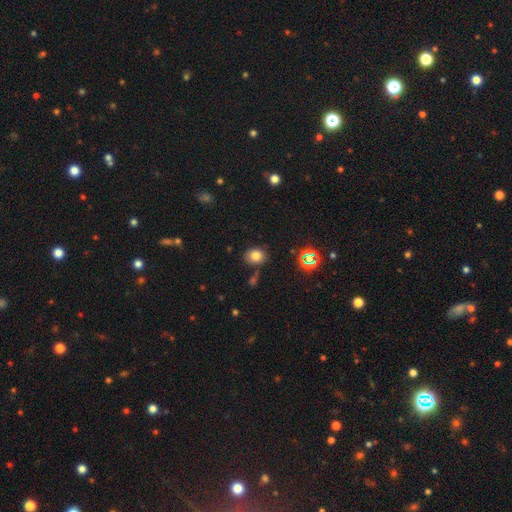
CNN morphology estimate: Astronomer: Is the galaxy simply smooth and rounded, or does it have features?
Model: smooth — 77%.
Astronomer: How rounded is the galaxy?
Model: round — 58% (runner-up: in between, 41%).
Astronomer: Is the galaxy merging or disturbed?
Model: none — 77%.